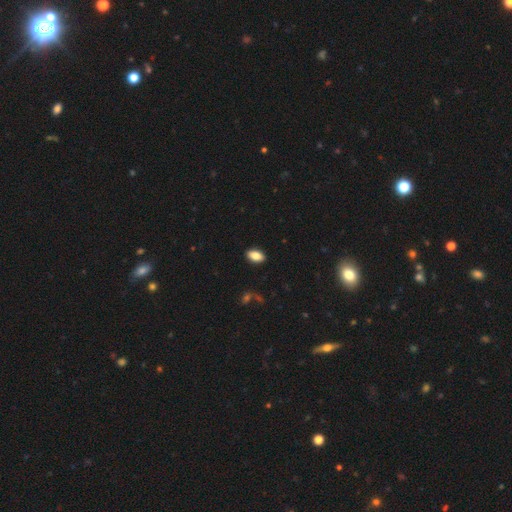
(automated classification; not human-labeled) smooth_or_featured: smooth (p=0.83) [alt: featured or disk p=0.09]
how_rounded: in between (p=0.91) [alt: round p=0.06]
merging: none (p=0.89) [alt: minor disturbance p=0.08]